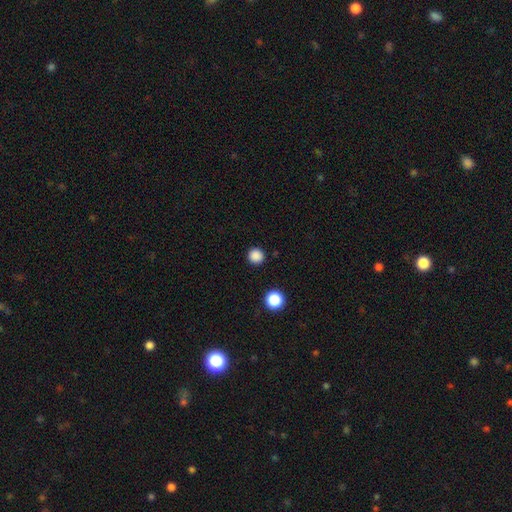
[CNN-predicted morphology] Smooth or featured? smooth (85%)
How rounded? round (96%)
Merging? none (91%)